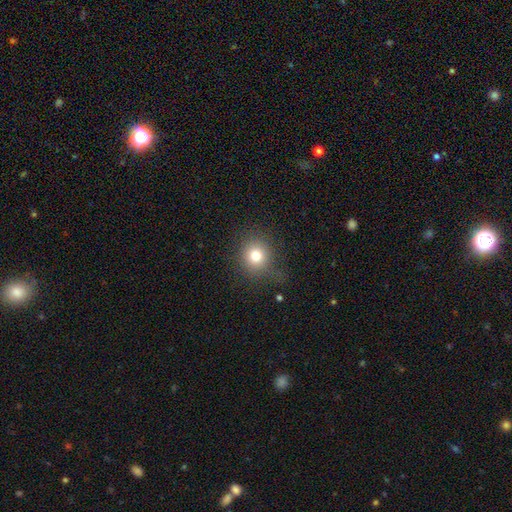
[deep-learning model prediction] The model was most divided on "merging": none: 78%, minor disturbance: 15%, major disturbance: 6%, merger: 1%. More confident: how rounded — round (88%); smooth or featured — smooth (78%).